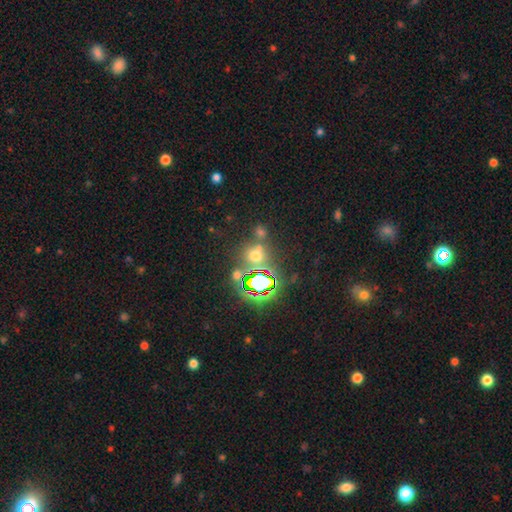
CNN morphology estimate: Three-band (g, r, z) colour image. It shows a smooth galaxy with no disk features (46%). Merging: none (65%).